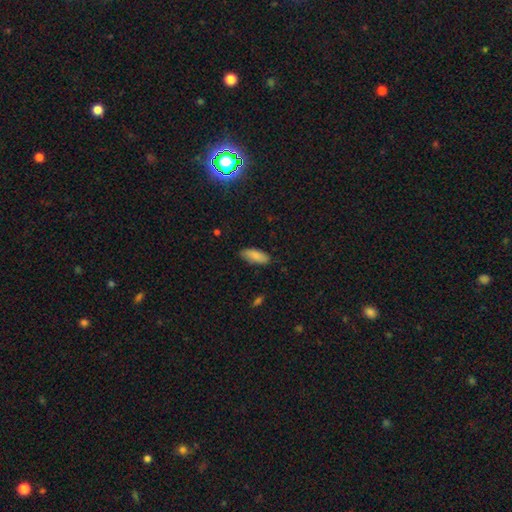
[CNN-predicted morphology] Smooth or featured? smooth (87%)
How rounded? in between (78%)
Merging? none (82%)